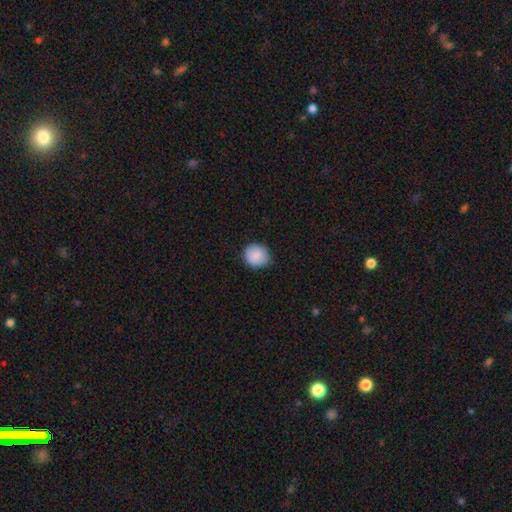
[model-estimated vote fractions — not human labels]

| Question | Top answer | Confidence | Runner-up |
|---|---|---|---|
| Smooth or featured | smooth | 87% | star or artifact (7%) |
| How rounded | round | 83% | in between (17%) |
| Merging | none | 81% | minor disturbance (16%) |